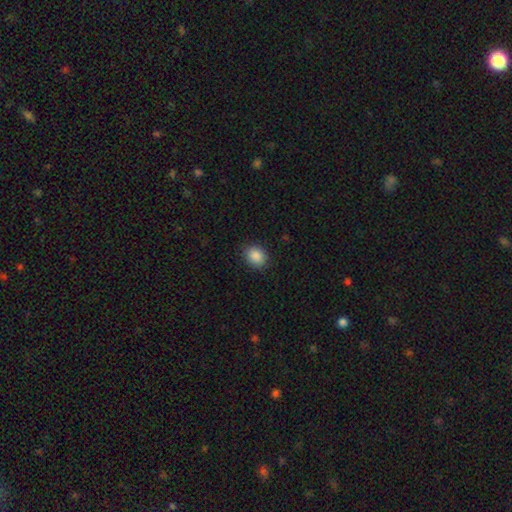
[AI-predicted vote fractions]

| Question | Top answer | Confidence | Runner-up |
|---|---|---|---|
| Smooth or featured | smooth | 88% | star or artifact (8%) |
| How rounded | round | 51% | in between (48%) |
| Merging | none | 88% | minor disturbance (9%) |